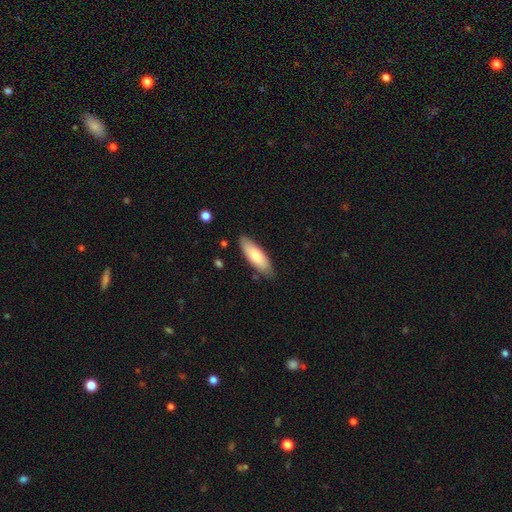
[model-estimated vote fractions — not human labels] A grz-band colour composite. It shows a smooth galaxy with no disk features (76%) that is in between round and cigar-shaped (59%). Merging: none (83%).